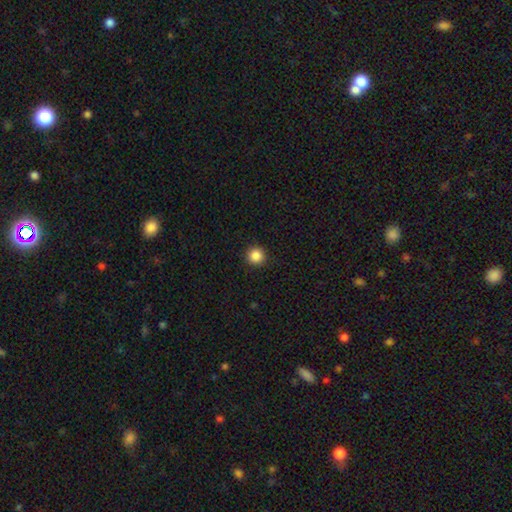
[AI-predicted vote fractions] Overall: smooth (86%). How rounded: round (95%). Merging: none (92%).